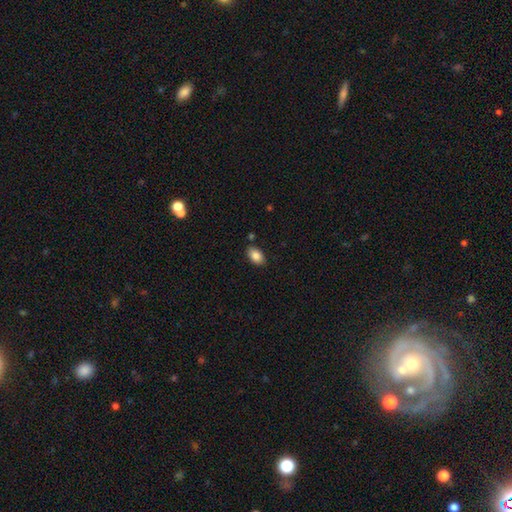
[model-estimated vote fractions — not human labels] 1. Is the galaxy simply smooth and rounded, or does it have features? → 86% smooth, 8% star or artifact, 6% featured or disk.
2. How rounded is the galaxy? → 90% in between, 9% round, 1% cigar-shaped.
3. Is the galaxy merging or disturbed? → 84% none, 11% minor disturbance, 3% merger, 2% major disturbance.